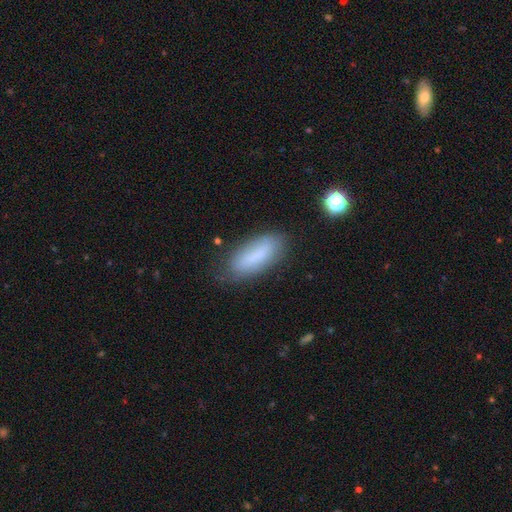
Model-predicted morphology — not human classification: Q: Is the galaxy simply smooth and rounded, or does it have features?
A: smooth — 73%.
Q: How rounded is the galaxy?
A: in between — 68%.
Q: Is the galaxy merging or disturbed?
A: none — 72%.